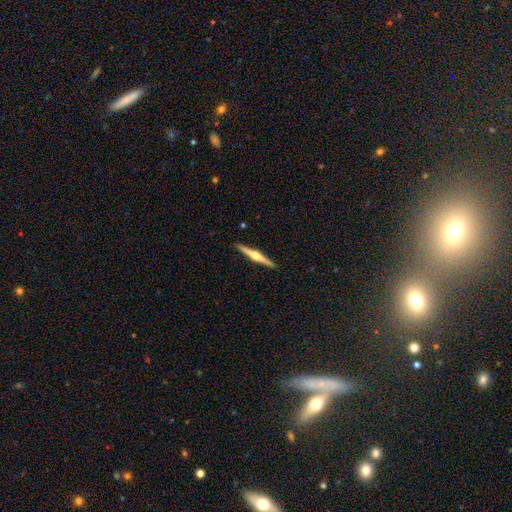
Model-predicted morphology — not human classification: smooth_or_featured: featured or disk (p=0.77) [alt: smooth p=0.18]
disk_edge_on: yes (p=0.99) [alt: no p=0.01]
edge_on_bulge: rounded (p=0.90) [alt: boxy p=0.06]
merging: none (p=0.92) [alt: minor disturbance p=0.06]